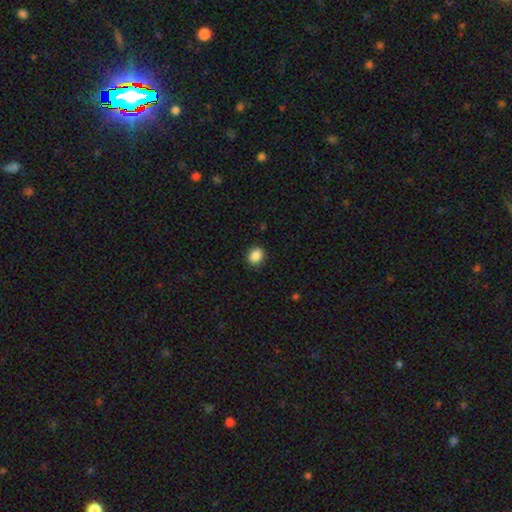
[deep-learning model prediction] This is clearly a smooth galaxy (88%). How rounded: possibly round (57%). Merging: clearly none (88%).